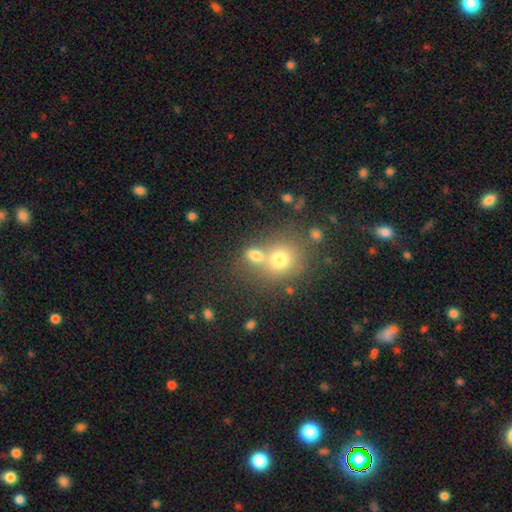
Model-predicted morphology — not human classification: Smooth or featured? Predicted: smooth (p=0.72). How rounded? Predicted: round (p=0.52). Merging? Predicted: merger (p=0.49).